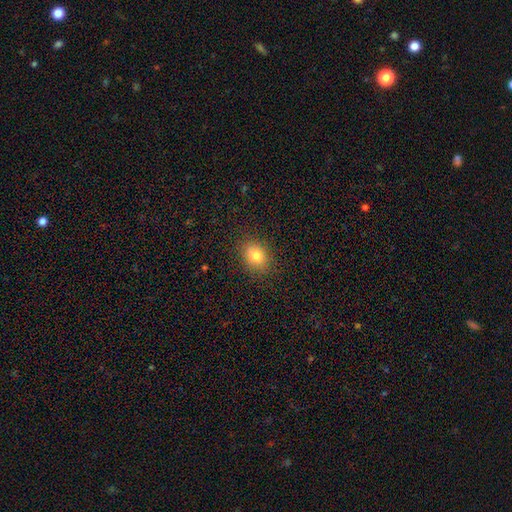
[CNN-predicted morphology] This appears to be a smooth galaxy with no disk features (81%) that is in between round and cigar-shaped (67%). Merging: none (86%).